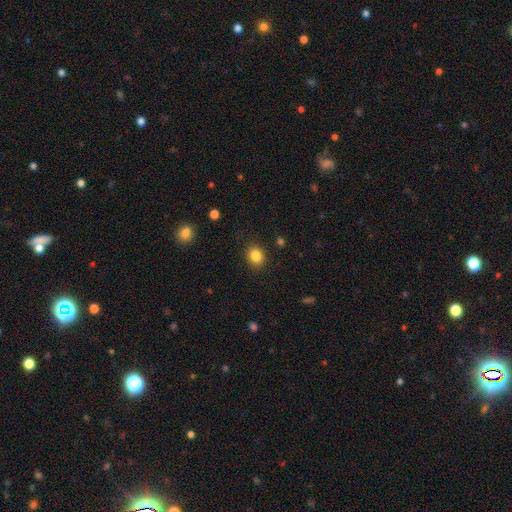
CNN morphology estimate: smooth 85%, star or artifact 10%, featured or disk 5%. Down the decision tree: how rounded — round (51%); merging — none (87%).